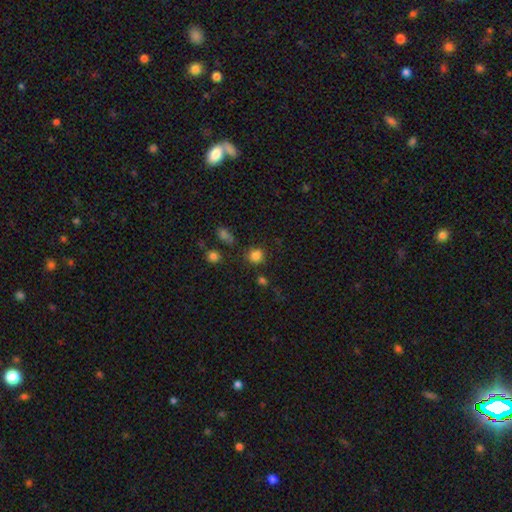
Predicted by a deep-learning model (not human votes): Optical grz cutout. It shows a smooth galaxy with no disk features (82%) that is round (85%). Merging: none (79%).